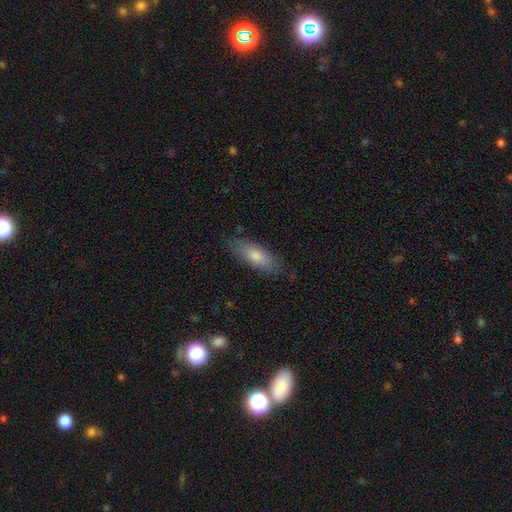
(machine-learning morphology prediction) Smooth or featured? Predicted: smooth (p=0.75). How rounded? Predicted: in between (p=0.63). Merging? Predicted: none (p=0.83).